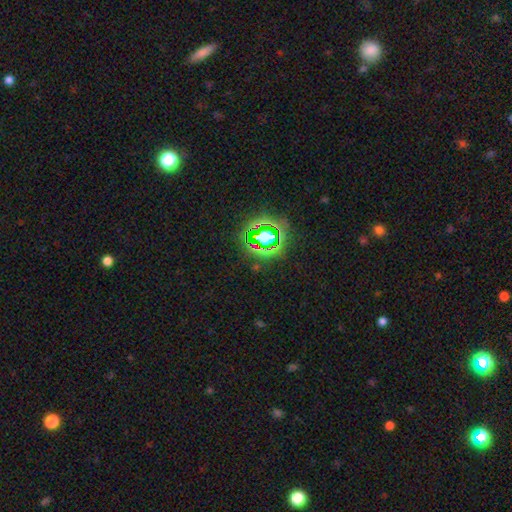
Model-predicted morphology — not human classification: The model was most divided on "smooth or featured": star or artifact: 78%, smooth: 14%, featured or disk: 8%.